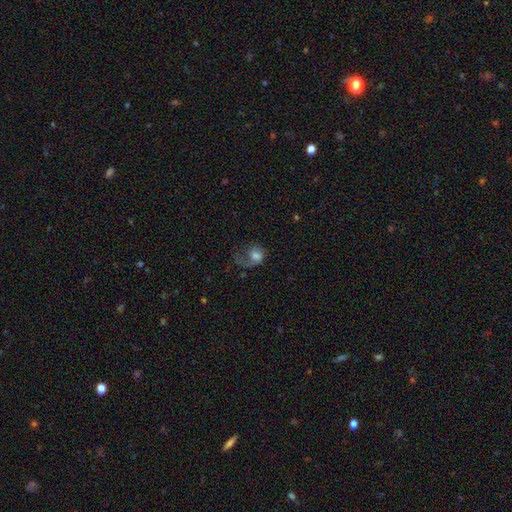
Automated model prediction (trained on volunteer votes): Smooth or featured?
  - smooth: 55% *
  - featured or disk: 35%
  - star or artifact: 10%
How rounded?
  - round: 56% *
  - in between: 42%
  - cigar-shaped: 1%
Merging?
  - major disturbance: 54% *
  - none: 25%
  - minor disturbance: 17%
  - merger: 4%